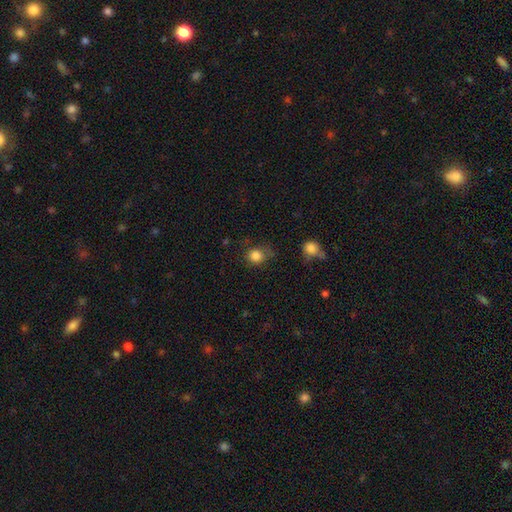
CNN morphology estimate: This appears to be a smooth galaxy with no disk features (84%) that is round (84%). Merging: none (68%).